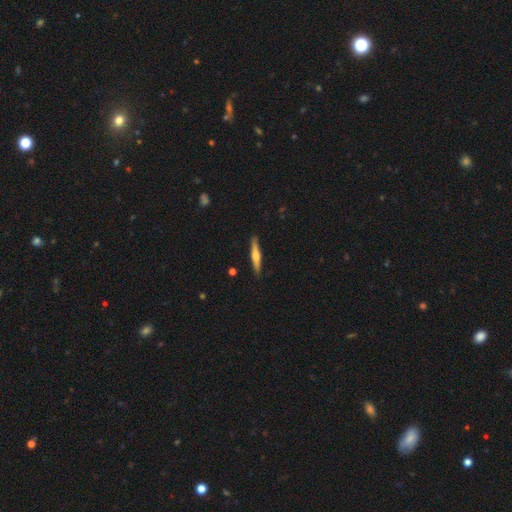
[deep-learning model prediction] This is possibly a featured or disk galaxy (53%). It is clearly viewed edge-on (97%). Edge-on bulge: clearly rounded (81%). Merging: clearly none (90%).